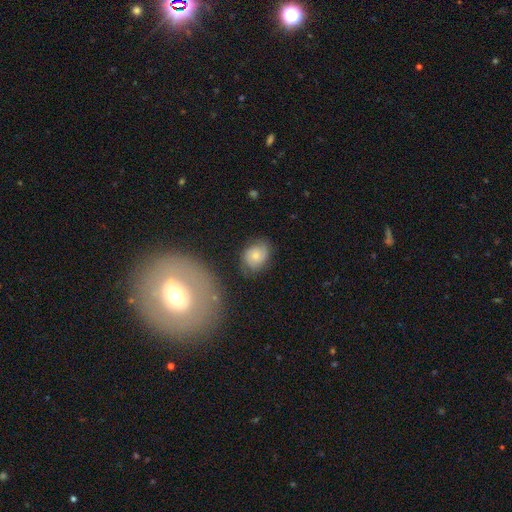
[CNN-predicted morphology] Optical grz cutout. It shows a featured or disk galaxy (47%). Merging: none (71%).